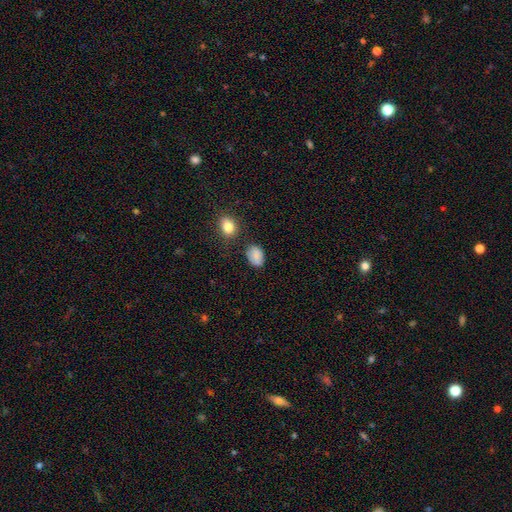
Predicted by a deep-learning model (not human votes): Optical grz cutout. It shows a smooth galaxy with no disk features (85%) that is in between round and cigar-shaped (78%). Merging: none (72%).